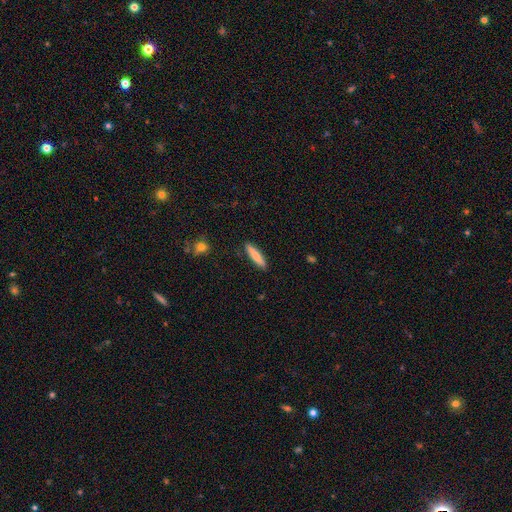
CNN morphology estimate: smooth-or-featured: smooth: 75% | featured or disk: 19% | star or artifact: 6%
  how-rounded: cigar-shaped: 87% | in between: 11% | round: 1%
  merging: none: 90% | minor disturbance: 7% | major disturbance: 2% | merger: 1%